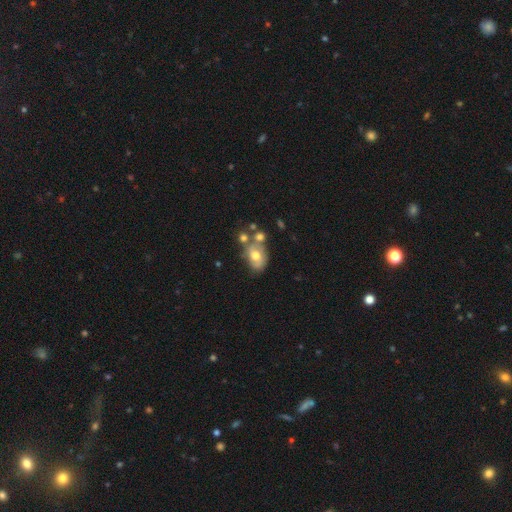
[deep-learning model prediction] smooth_or_featured: smooth (p=0.50) [alt: featured or disk p=0.40]
how_rounded: in between (p=0.77) [alt: round p=0.22]
merging: none (p=0.38) [alt: merger p=0.31]